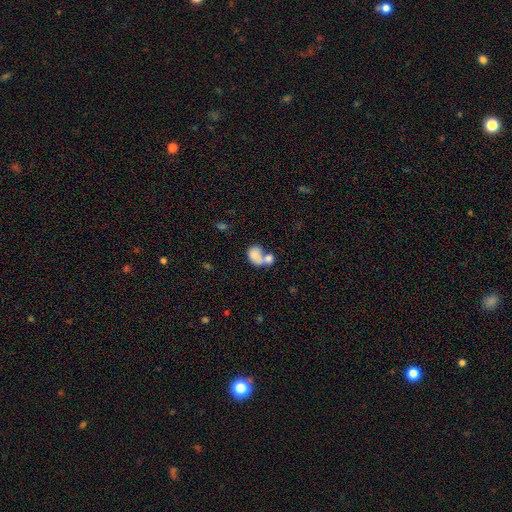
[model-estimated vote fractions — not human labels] smooth 75%, featured or disk 17%, star or artifact 8%. Down the decision tree: how rounded — in between (67%); merging — merger (66%).